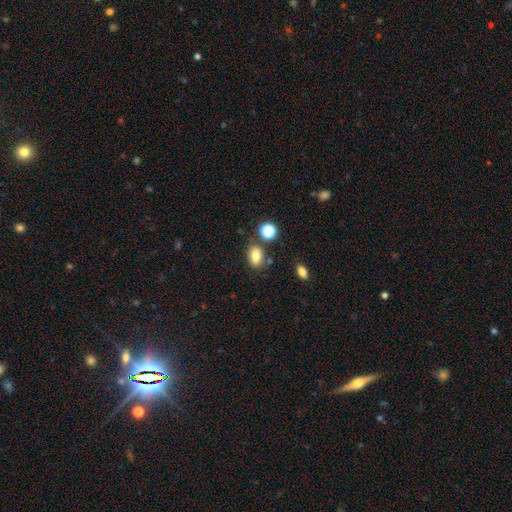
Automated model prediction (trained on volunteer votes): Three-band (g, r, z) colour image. It shows a smooth galaxy with no disk features (81%) that is in between round and cigar-shaped (80%). Merging: none (75%).